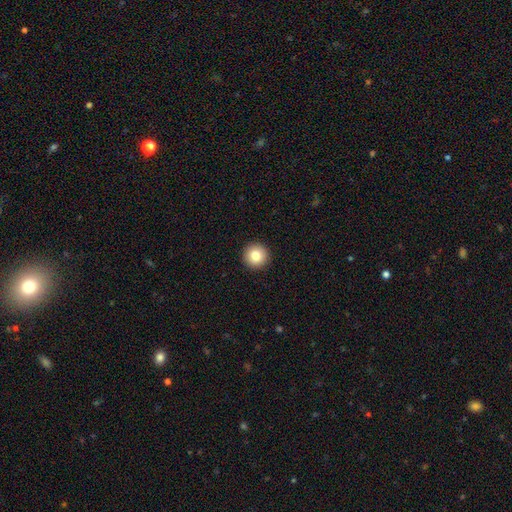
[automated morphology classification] type=smooth (83%); roundness=round (96%); merging=none (94%).